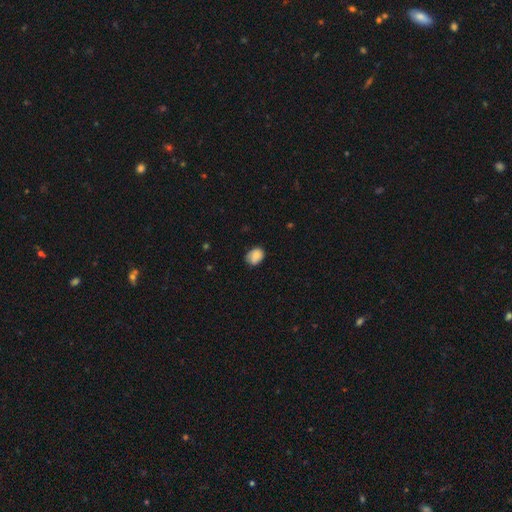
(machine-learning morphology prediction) Smooth or featured? Predicted: smooth (p=0.82). How rounded? Predicted: in between (p=0.60). Merging? Predicted: none (p=0.66).